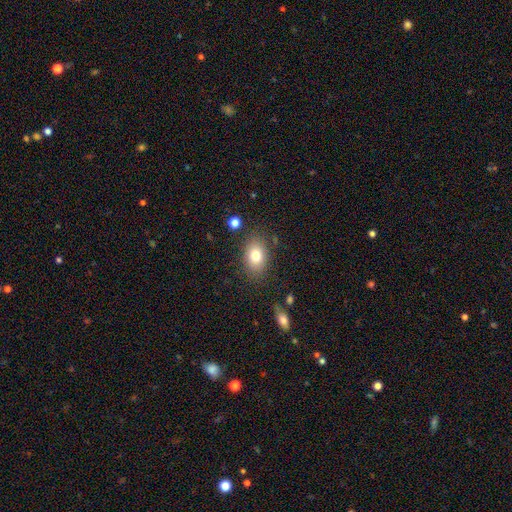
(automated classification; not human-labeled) Overall: smooth (79%). How rounded: in between (77%). Merging: none (82%).